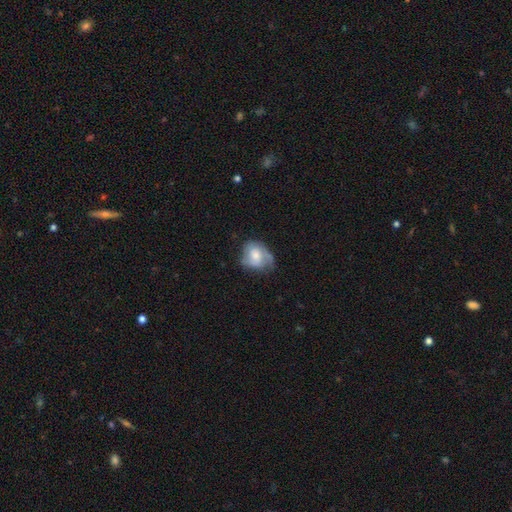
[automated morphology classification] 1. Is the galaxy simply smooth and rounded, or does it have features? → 53% smooth, 39% featured or disk, 7% star or artifact.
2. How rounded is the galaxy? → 54% in between, 45% round, 1% cigar-shaped.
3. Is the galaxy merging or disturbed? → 42% none, 35% minor disturbance, 20% major disturbance, 3% merger.